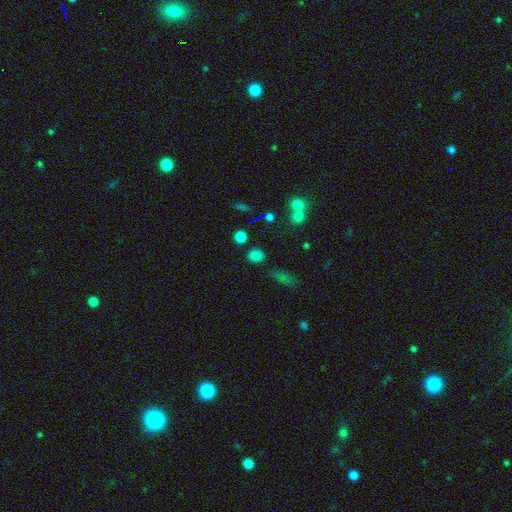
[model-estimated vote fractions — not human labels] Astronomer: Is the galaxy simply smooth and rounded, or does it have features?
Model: smooth — 75%.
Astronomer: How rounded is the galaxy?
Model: round — 63%.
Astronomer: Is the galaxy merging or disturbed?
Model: none — 77%.